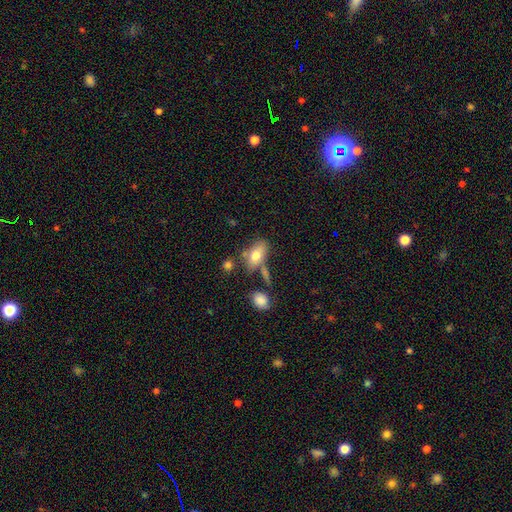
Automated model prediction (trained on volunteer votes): Morphology: type=smooth (72%); roundness=in between (87%); merging=none (52%).